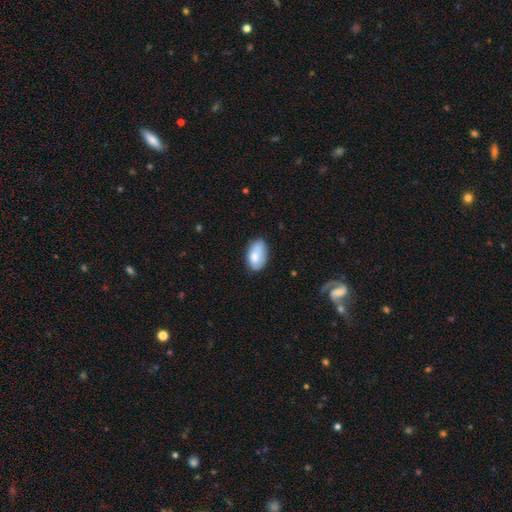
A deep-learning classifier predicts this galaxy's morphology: A smooth galaxy with no disk features (80%) that is in between round and cigar-shaped (93%).

Vote fractions:
- Smooth or featured? smooth: 80% / featured or disk: 13% / star or artifact: 7%
- How rounded? in between: 93% / round: 5% / cigar-shaped: 1%
- Merging? none: 62% / minor disturbance: 30% / major disturbance: 6% / merger: 2%